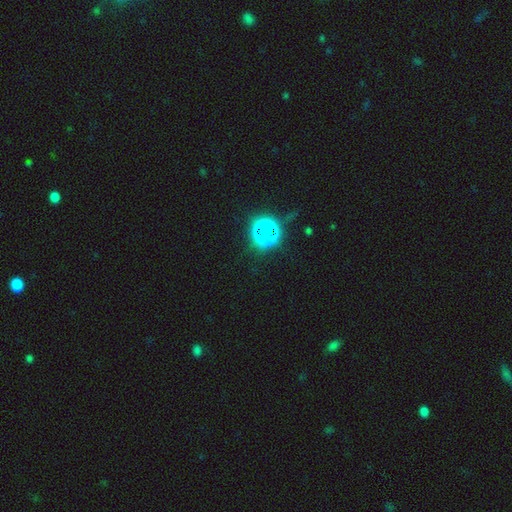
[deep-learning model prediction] Overall: star or artifact (75%).